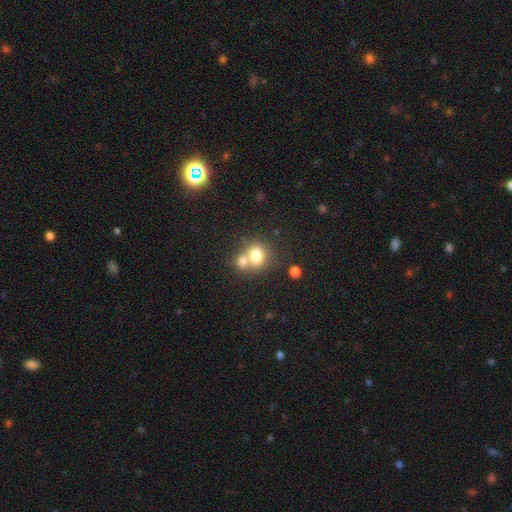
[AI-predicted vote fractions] smooth 76%, featured or disk 13%, star or artifact 11%. Down the decision tree: how rounded — round (63%); merging — merger (52%).